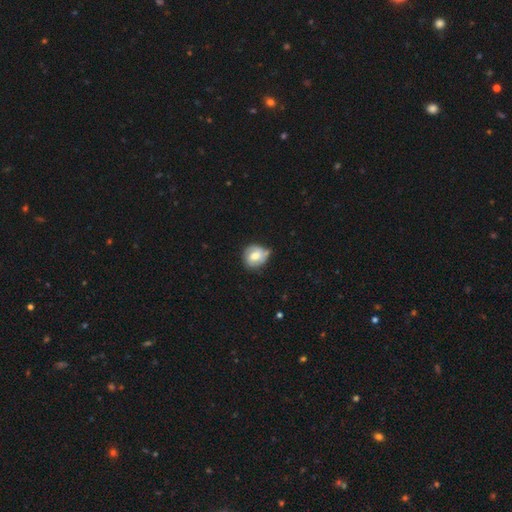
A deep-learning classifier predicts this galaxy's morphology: Smooth or featured? Predicted: featured or disk (p=0.49). Merging? Predicted: none (p=0.58).